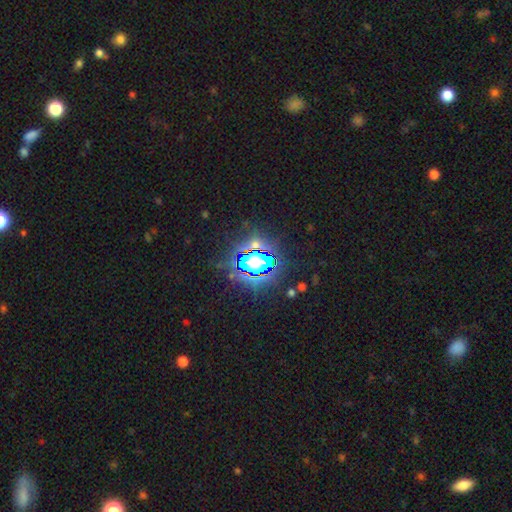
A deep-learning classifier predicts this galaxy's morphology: Q: Smooth or featured?
A: star or artifact (81%); runner-up: smooth (11%)